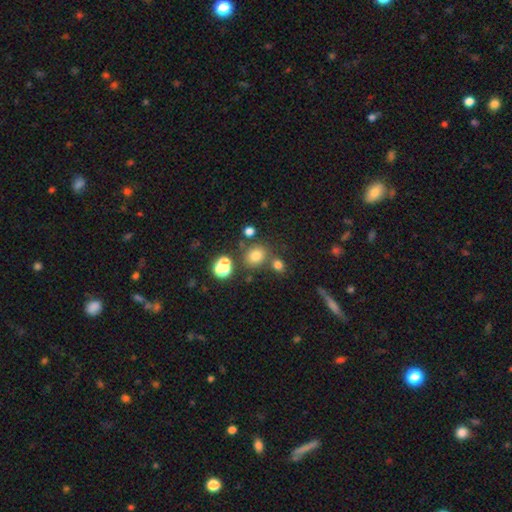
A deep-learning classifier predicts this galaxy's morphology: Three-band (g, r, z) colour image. It shows a smooth galaxy with no disk features (74%) that is round (70%). Merging: none (71%).